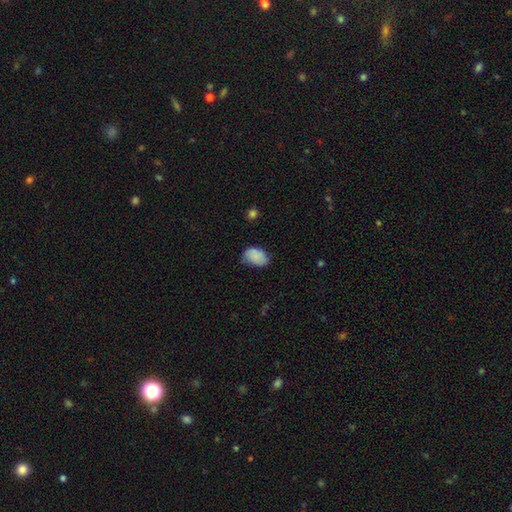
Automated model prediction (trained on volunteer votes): The model was most divided on "merging": none: 56%, minor disturbance: 35%, major disturbance: 7%, merger: 2%. More confident: how rounded — in between (89%); smooth or featured — smooth (83%).